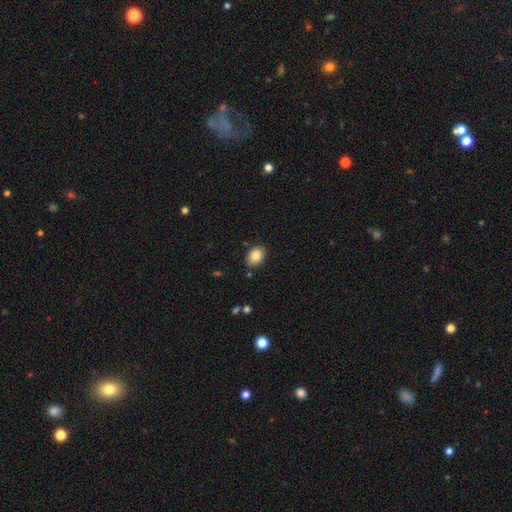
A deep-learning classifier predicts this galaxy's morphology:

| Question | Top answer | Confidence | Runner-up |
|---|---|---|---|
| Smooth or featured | smooth | 83% | featured or disk (9%) |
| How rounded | in between | 77% | round (22%) |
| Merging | none | 86% | minor disturbance (10%) |